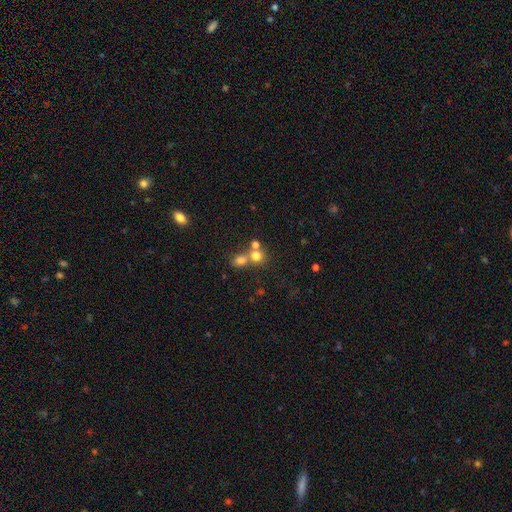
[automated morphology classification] smooth_or_featured: smooth (p=0.72) [alt: star or artifact p=0.16]
how_rounded: round (p=0.81) [alt: in between p=0.18]
merging: merger (p=0.47) [alt: none p=0.43]